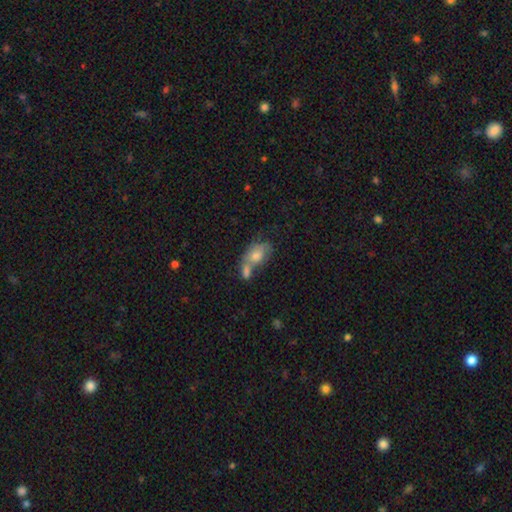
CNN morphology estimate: A smooth galaxy with no disk features (65%) that is in between round and cigar-shaped (81%).

Vote fractions:
- Smooth or featured? smooth: 65% / featured or disk: 26% / star or artifact: 10%
- How rounded? in between: 81% / round: 16% / cigar-shaped: 3%
- Merging? merger: 52% / none: 25% / minor disturbance: 14% / major disturbance: 10%